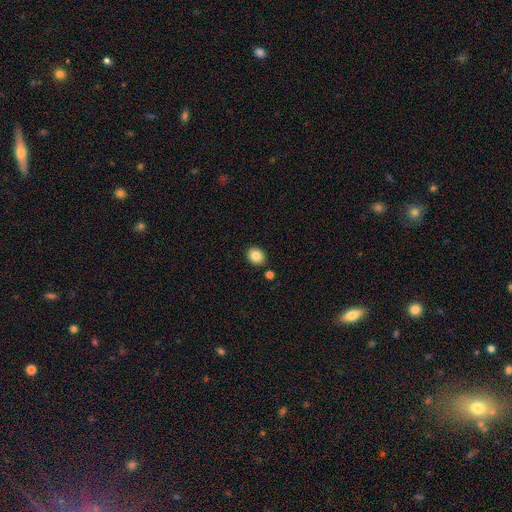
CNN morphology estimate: smooth 85%, star or artifact 9%, featured or disk 6%. Down the decision tree: how rounded — round (68%); merging — none (88%).